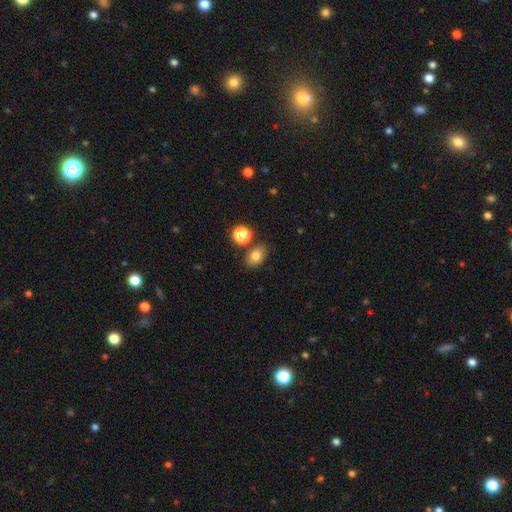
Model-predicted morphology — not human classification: A smooth galaxy with no disk features (80%) that is in between round and cigar-shaped (74%).

Vote fractions:
- Smooth or featured? smooth: 80% / star or artifact: 12% / featured or disk: 8%
- How rounded? in between: 74% / round: 24% / cigar-shaped: 1%
- Merging? none: 76% / minor disturbance: 11% / merger: 9% / major disturbance: 3%